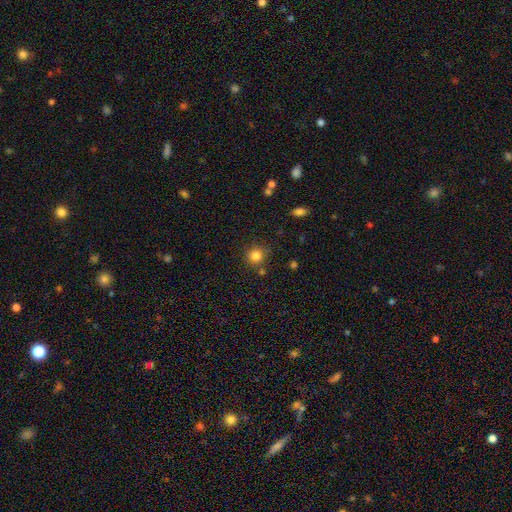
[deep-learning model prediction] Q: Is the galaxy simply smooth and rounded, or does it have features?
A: smooth — 84%.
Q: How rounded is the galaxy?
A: round — 92%.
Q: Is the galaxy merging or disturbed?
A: none — 78%.